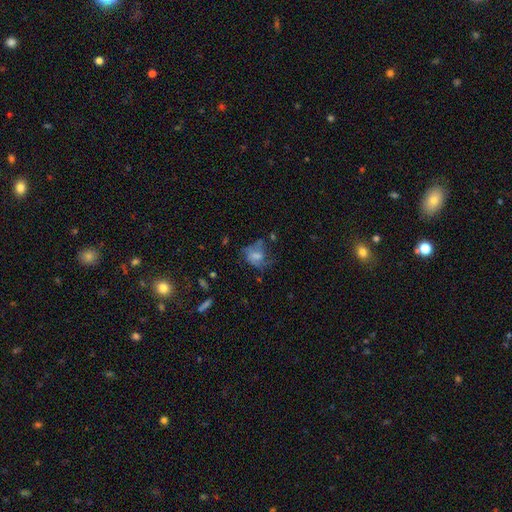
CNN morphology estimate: smooth-or-featured: featured or disk: 51% | smooth: 38% | star or artifact: 11%
  disk-edge-on: no: 97% | yes: 3%
  merging: none: 39% | major disturbance: 33% | minor disturbance: 24% | merger: 5%